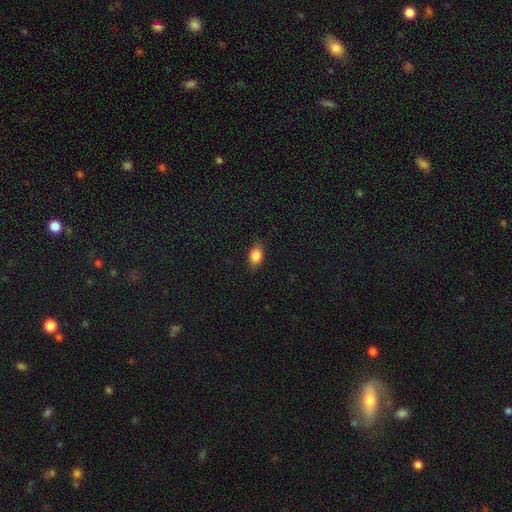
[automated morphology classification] This is clearly a smooth galaxy (85%). How rounded: likely in between (80%). Merging: clearly none (84%).